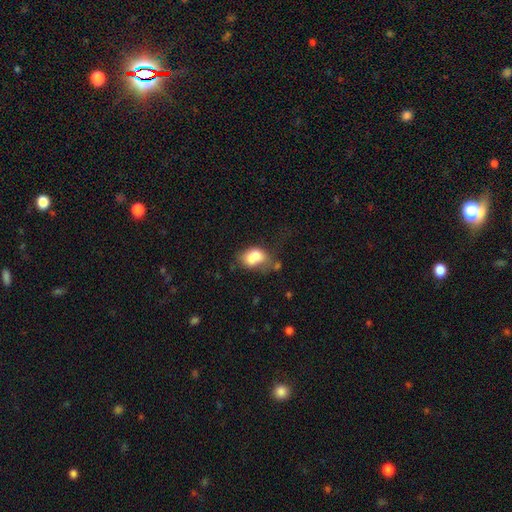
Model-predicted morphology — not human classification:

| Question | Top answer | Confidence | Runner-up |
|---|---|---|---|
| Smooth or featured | smooth | 72% | featured or disk (18%) |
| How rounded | in between | 73% | round (26%) |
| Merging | merger | 39% | none (27%) |